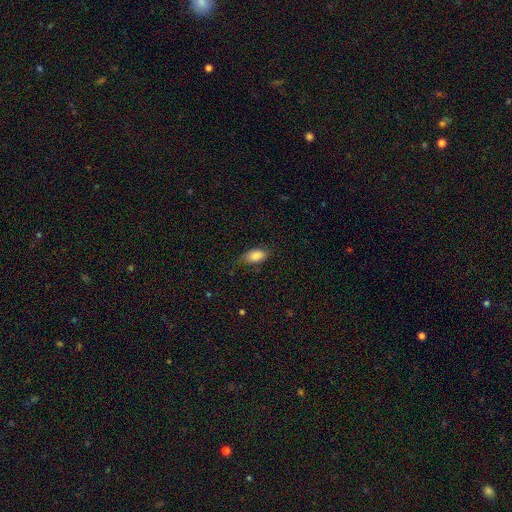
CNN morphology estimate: Smooth or featured?
  - smooth: 85% *
  - star or artifact: 7%
  - featured or disk: 7%
How rounded?
  - in between: 91% *
  - round: 5%
  - cigar-shaped: 3%
Merging?
  - none: 71% *
  - minor disturbance: 22%
  - major disturbance: 5%
  - merger: 1%